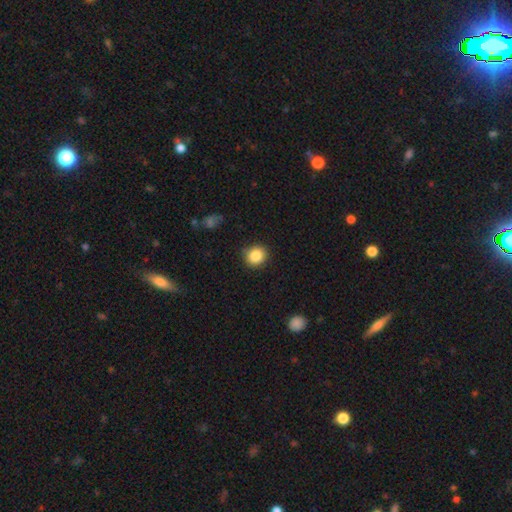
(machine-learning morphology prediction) A smooth galaxy with no disk features (86%) that is round (83%). Merging: none (86%).